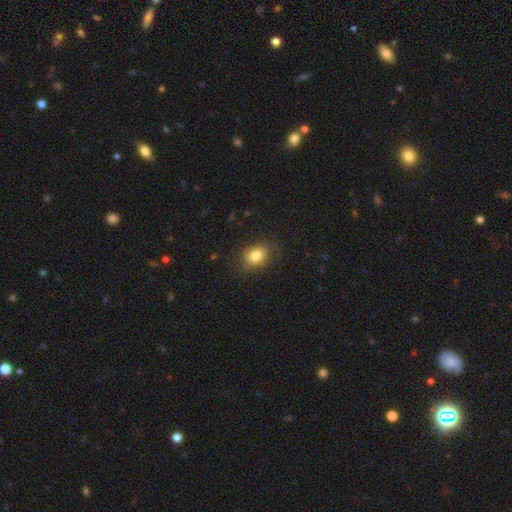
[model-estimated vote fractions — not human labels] smooth 82%, star or artifact 10%, featured or disk 8%. Down the decision tree: how rounded — in between (70%); merging — none (79%).